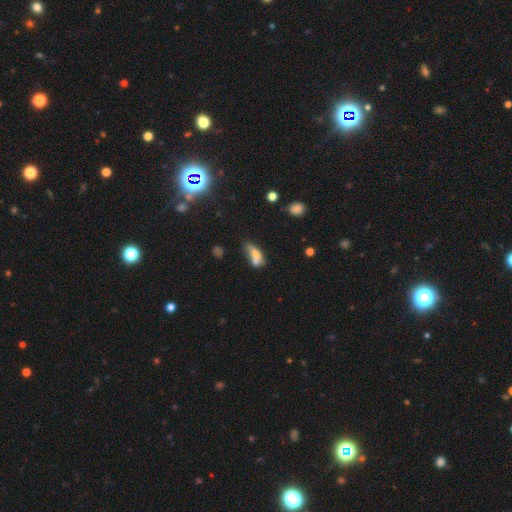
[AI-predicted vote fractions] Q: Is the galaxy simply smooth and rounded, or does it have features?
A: smooth — 65%.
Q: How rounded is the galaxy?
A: in between — 69%.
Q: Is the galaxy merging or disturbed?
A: merger — 43%.